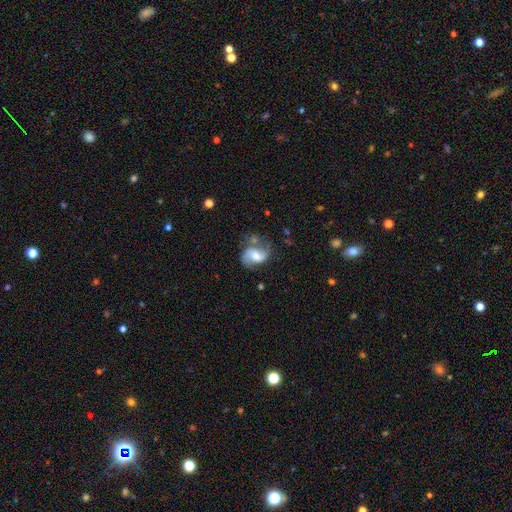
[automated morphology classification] smooth-or-featured: featured or disk: 72% | smooth: 20% | star or artifact: 7%
  disk-edge-on: no: 97% | yes: 3%
    bar: weak: 46% | no: 34% | strong: 20%
    has-spiral-arms: yes: 91% | no: 9%
      spiral-winding: loose: 47% | medium: 41% | tight: 12%
      spiral-arm-count: 2: 87% | 1: 5% | can't tell: 5% | 3: 1% | 4: 1% | more than 4: 1%
    bulge-size: moderate: 58% | small: 24% | large: 13% | none: 4% | dominant: 2%
  merging: none: 57% | minor disturbance: 22% | major disturbance: 12% | merger: 9%